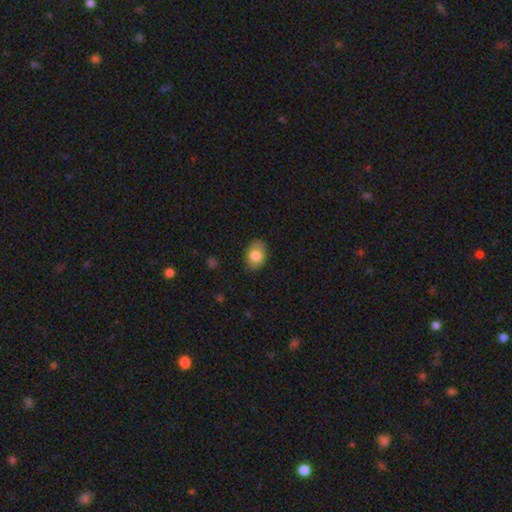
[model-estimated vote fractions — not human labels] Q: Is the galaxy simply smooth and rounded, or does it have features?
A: smooth — 79%.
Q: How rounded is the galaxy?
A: in between — 77%.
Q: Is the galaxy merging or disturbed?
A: none — 82%.